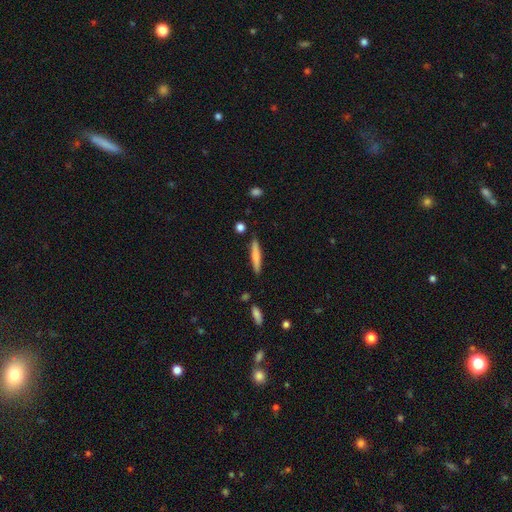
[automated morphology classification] The model was most divided on "smooth or featured": smooth: 68%, featured or disk: 26%, star or artifact: 6%. More confident: how rounded — cigar-shaped (93%); merging — none (87%).